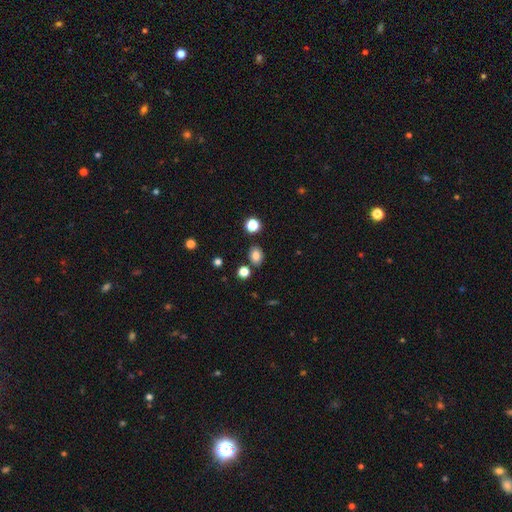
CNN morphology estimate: A smooth galaxy with no disk features (81%) that is in between round and cigar-shaped (62%). Merging: none (83%).